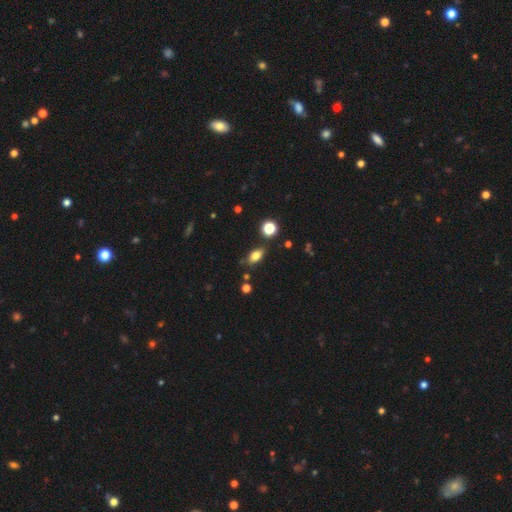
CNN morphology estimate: Overall: smooth (76%). How rounded: in between (81%). Merging: none (79%).